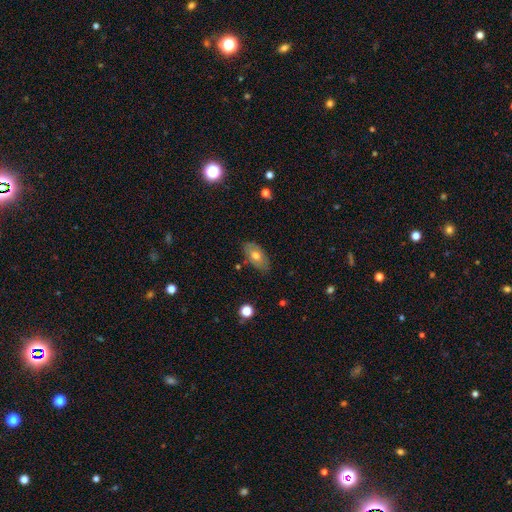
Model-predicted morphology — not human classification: Q: Smooth or featured?
A: smooth (63%); runner-up: featured or disk (30%)
Q: How rounded?
A: in between (92%); runner-up: round (5%)
Q: Merging?
A: none (77%); runner-up: minor disturbance (17%)